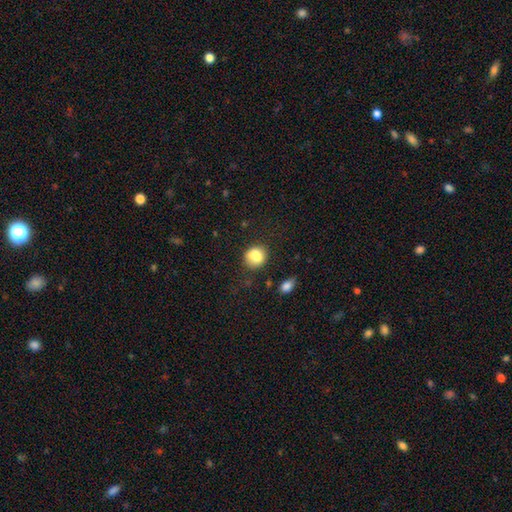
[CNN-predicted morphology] Overall: smooth (78%). How rounded: round (67%; in between 31%). Merging: none (57%; minor disturbance 21%).